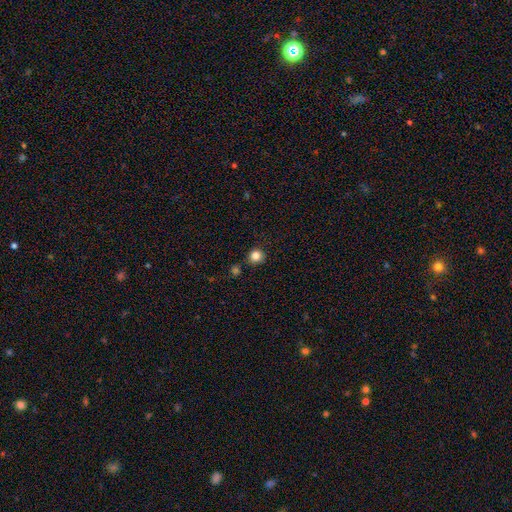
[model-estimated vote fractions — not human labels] Smooth or featured: smooth — 84% (star or artifact — 12%)
How rounded: round — 91% (in between — 8%)
Merging: none — 85% (minor disturbance — 8%)